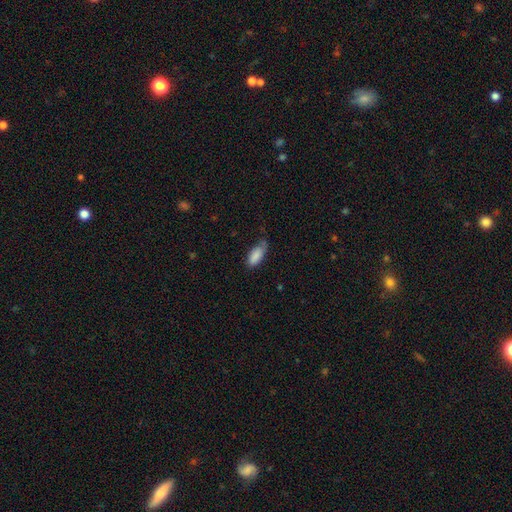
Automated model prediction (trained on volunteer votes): Smooth or featured: smooth — 86% (featured or disk — 8%)
How rounded: in between — 88% (cigar-shaped — 10%)
Merging: none — 50% (minor disturbance — 38%)